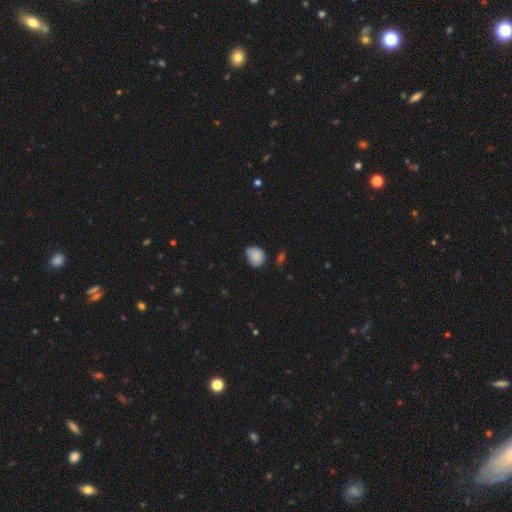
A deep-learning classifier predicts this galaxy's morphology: Smooth or featured: smooth — 82% (featured or disk — 10%)
How rounded: round — 50% (in between — 49%)
Merging: none — 51% (minor disturbance — 39%)